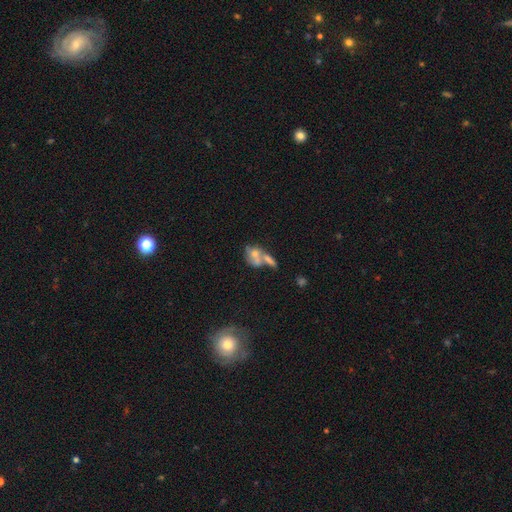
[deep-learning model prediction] Smooth or featured? Predicted: smooth (p=0.54). How rounded? Predicted: in between (p=0.66). Merging? Predicted: merger (p=0.57).